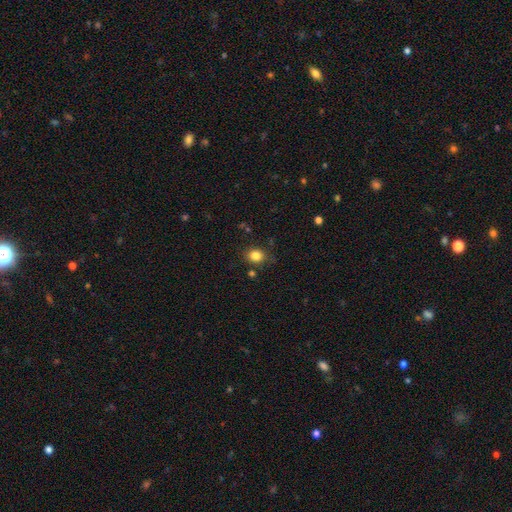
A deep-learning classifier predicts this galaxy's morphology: Overall: smooth (83%). How rounded: round (63%; in between 36%). Merging: none (80%).